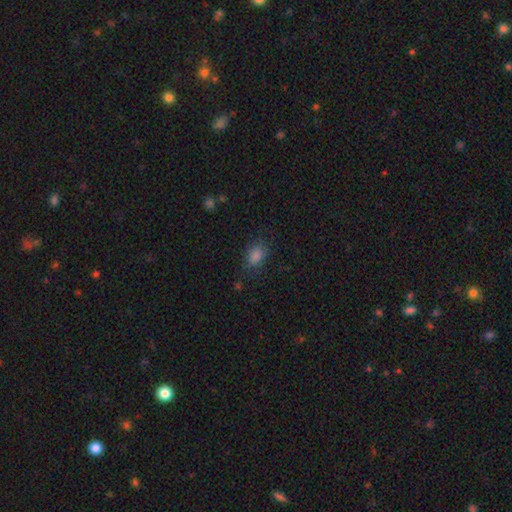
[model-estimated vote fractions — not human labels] Smooth or featured? Predicted: smooth (p=0.82). How rounded? Predicted: in between (p=0.73). Merging? Predicted: none (p=0.77).